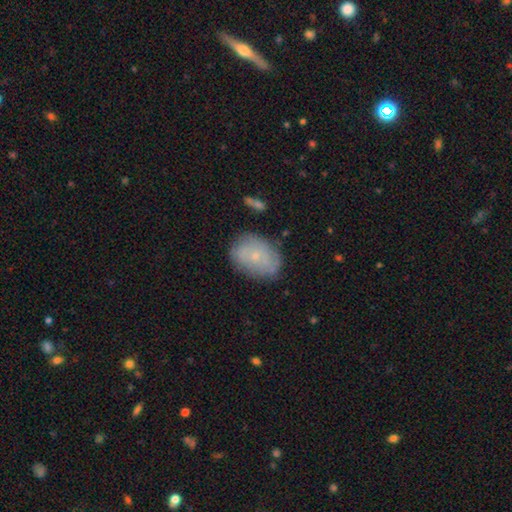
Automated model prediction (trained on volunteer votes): Smooth or featured? Predicted: smooth (p=0.56). How rounded? Predicted: in between (p=0.74). Merging? Predicted: none (p=0.73).